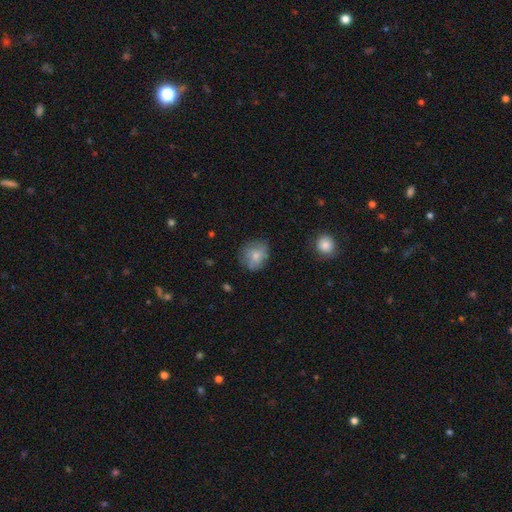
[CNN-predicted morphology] This is likely a smooth galaxy (67%). How rounded: likely round (73%). Merging: likely none (66%).